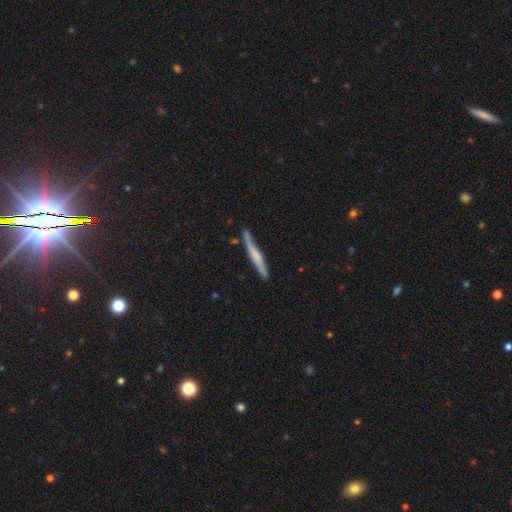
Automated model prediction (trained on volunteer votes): smooth 49%, featured or disk 45%, star or artifact 6%. Down the decision tree: merging — none (74%).